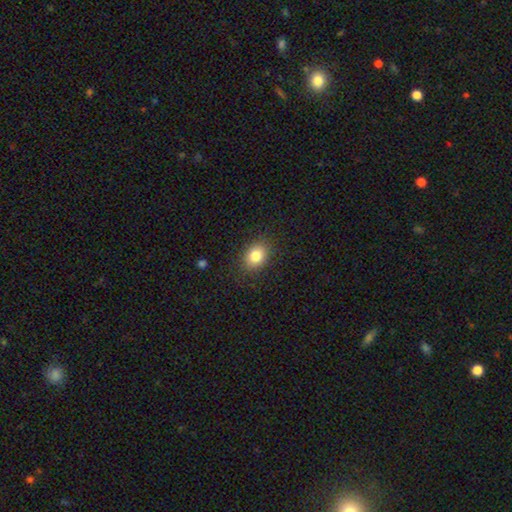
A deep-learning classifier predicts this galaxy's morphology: A smooth galaxy with no disk features (82%) that is in between round and cigar-shaped (61%). Merging: none (86%).